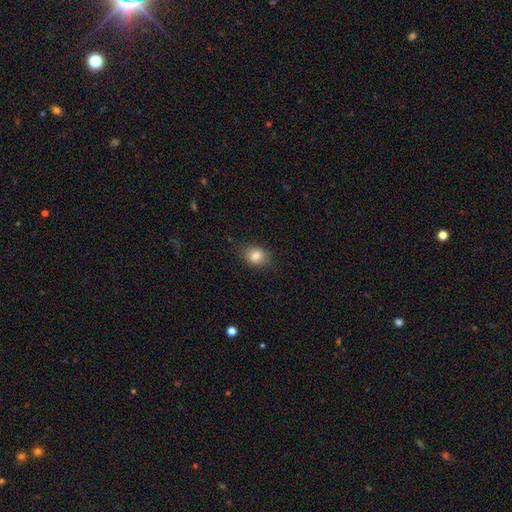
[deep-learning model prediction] smooth 82%, star or artifact 10%, featured or disk 8%. Down the decision tree: how rounded — in between (54%); merging — none (79%).